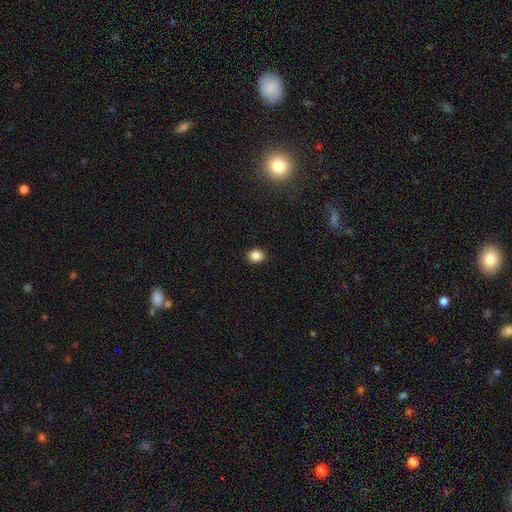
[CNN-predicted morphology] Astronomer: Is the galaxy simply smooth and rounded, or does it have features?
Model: smooth — 86%.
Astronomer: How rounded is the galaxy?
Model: round — 62% (runner-up: in between, 37%).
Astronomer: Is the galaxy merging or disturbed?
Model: none — 91%.